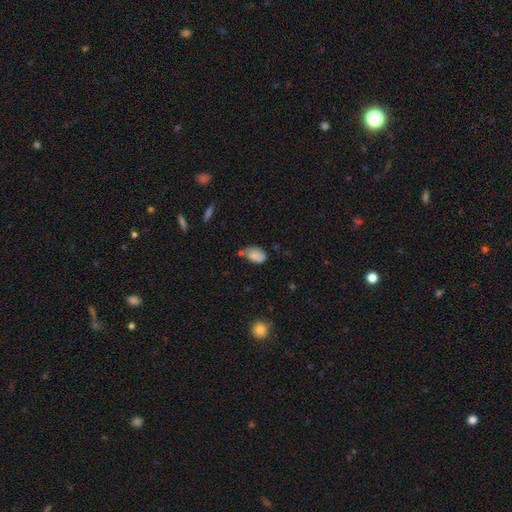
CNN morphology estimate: Smooth or featured? Predicted: smooth (p=0.83). How rounded? Predicted: in between (p=0.90). Merging? Predicted: none (p=0.48).